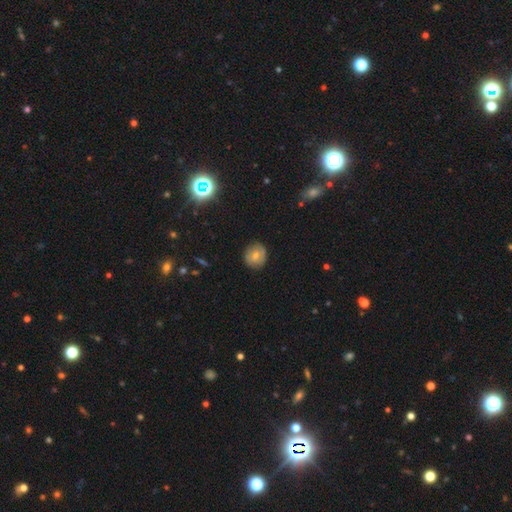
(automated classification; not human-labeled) Morphology: type=smooth (63%); roundness=round (84%); merging=none (81%).